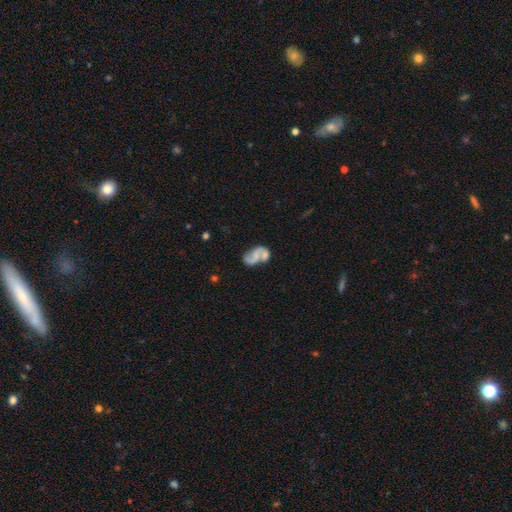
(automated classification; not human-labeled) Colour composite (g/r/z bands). It shows a featured or disk galaxy (71%) with no bar (56%), 2 (87%) loose (51%) spiral arms (86%) and no central bulge (49%). Merging: none (39%).